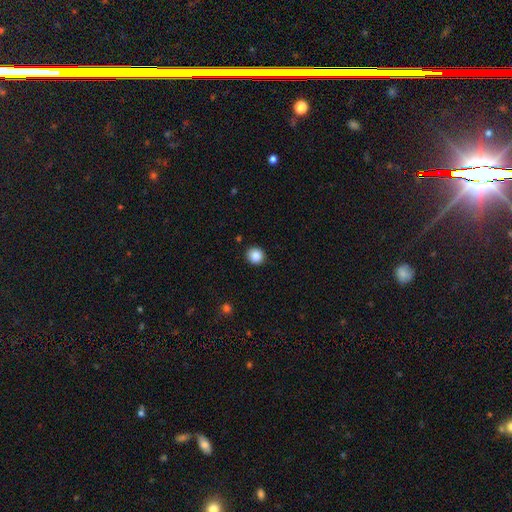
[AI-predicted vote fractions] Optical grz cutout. It shows a smooth galaxy with no disk features (88%) that is round (90%). Merging: none (90%).